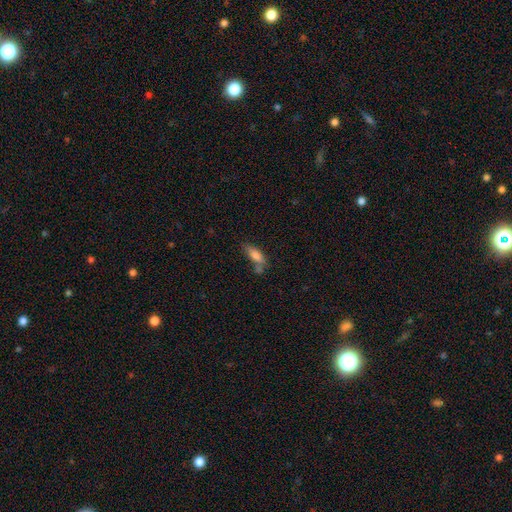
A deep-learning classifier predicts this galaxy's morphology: Smooth or featured? smooth (77%)
How rounded? in between (64%)
Merging? none (48%)